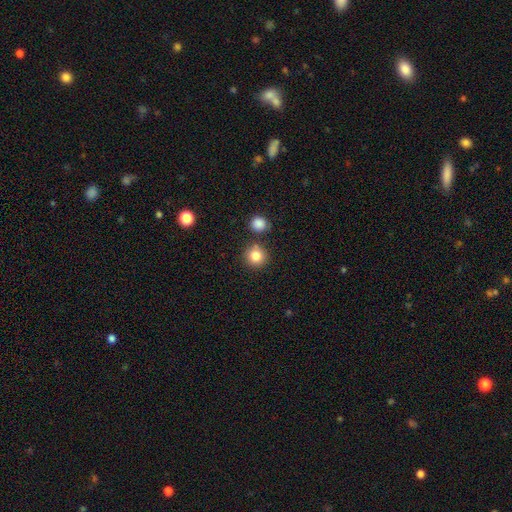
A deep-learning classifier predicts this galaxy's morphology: Smooth or featured: smooth — 83% (star or artifact — 11%)
How rounded: round — 93% (in between — 6%)
Merging: none — 80% (merger — 10%)